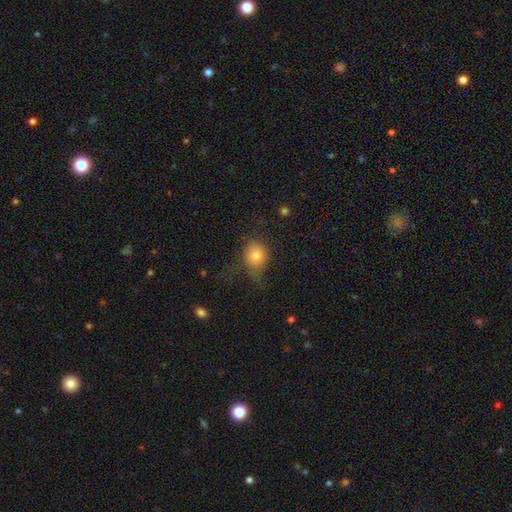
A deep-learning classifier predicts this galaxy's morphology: A smooth galaxy with no disk features (76%) that is round (53%).

Vote fractions:
- Smooth or featured? smooth: 76% / featured or disk: 13% / star or artifact: 11%
- How rounded? round: 53% / in between: 46% / cigar-shaped: 1%
- Merging? none: 42% / minor disturbance: 29% / major disturbance: 26% / merger: 3%